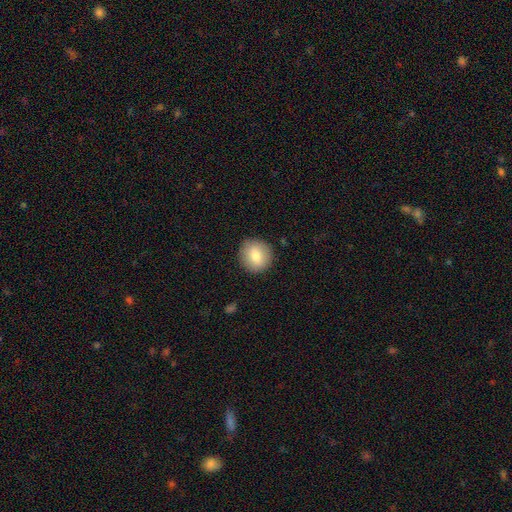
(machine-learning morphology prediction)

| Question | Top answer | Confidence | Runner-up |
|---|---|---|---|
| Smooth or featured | smooth | 77% | featured or disk (15%) |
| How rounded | round | 89% | in between (10%) |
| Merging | none | 89% | minor disturbance (8%) |